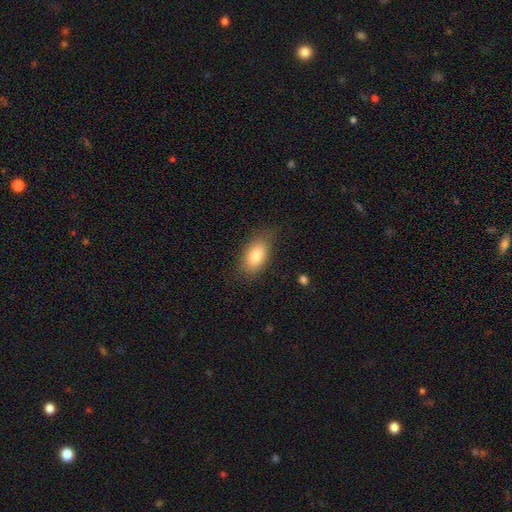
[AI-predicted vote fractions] Smooth or featured?
  - smooth: 79% *
  - featured or disk: 13%
  - star or artifact: 8%
How rounded?
  - in between: 89% *
  - round: 7%
  - cigar-shaped: 4%
Merging?
  - none: 78% *
  - minor disturbance: 16%
  - major disturbance: 4%
  - merger: 1%